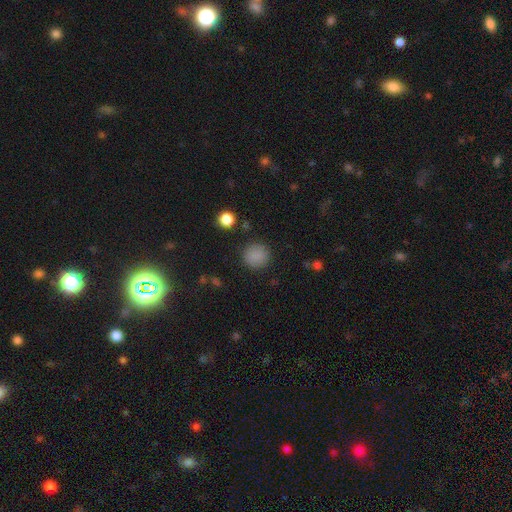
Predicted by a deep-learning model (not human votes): The model was most divided on "smooth or featured": smooth: 85%, star or artifact: 11%, featured or disk: 4%. More confident: how rounded — round (91%); merging — none (88%).